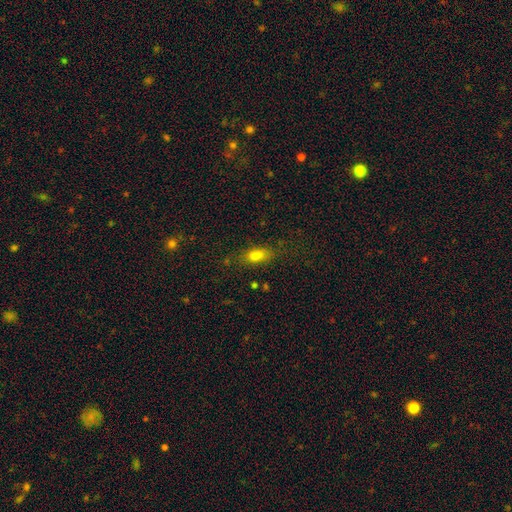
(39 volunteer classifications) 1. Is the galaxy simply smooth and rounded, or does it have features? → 82% smooth, 13% featured or disk, 5% star or artifact.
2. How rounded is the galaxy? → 75% in between, 12% round, 12% cigar-shaped.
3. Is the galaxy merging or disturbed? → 49% none, 32% merger, 14% minor disturbance, 5% major disturbance.